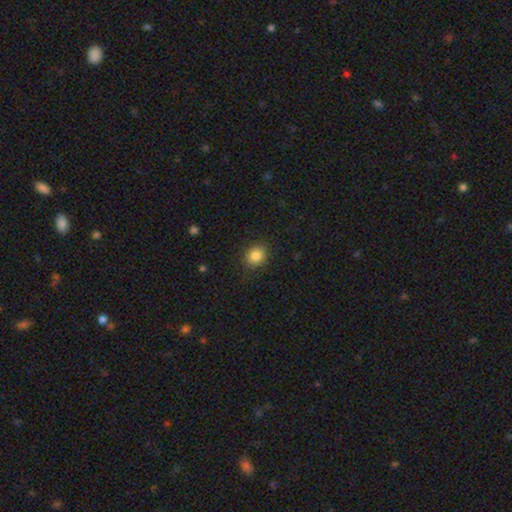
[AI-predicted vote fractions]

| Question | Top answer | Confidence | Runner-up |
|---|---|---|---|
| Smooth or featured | smooth | 85% | star or artifact (10%) |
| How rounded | round | 60% | in between (39%) |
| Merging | none | 87% | minor disturbance (9%) |